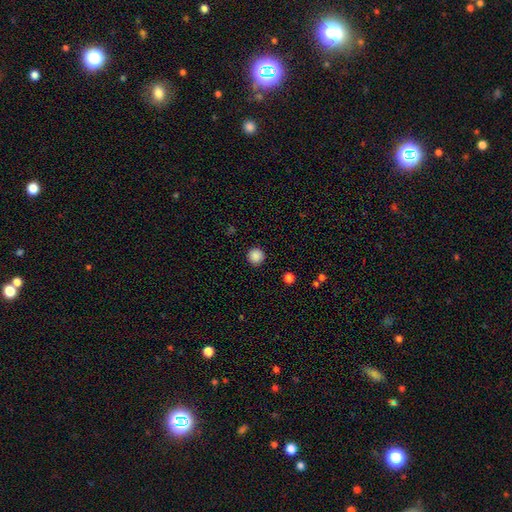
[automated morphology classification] A smooth galaxy with no disk features (88%) that is round (96%). Merging: none (92%).